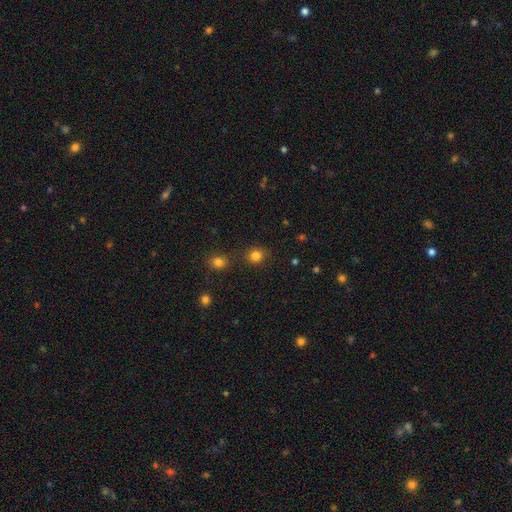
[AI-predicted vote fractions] Smooth or featured: smooth — 82% (star or artifact — 14%)
How rounded: round — 80% (in between — 19%)
Merging: none — 82% (minor disturbance — 10%)